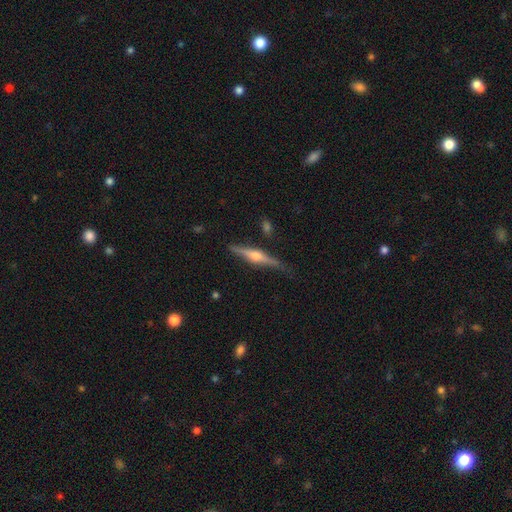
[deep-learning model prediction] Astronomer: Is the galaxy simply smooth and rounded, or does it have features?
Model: featured or disk — 76%.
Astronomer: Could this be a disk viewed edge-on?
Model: yes — 98%.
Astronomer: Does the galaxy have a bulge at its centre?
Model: rounded — 93%.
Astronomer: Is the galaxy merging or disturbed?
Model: none — 80%.